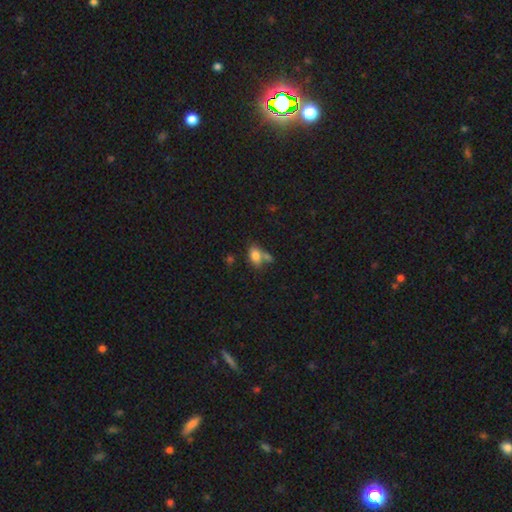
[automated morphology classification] Overall: smooth (79%). How rounded: in between (86%). Merging: none (45%; merger 33%).